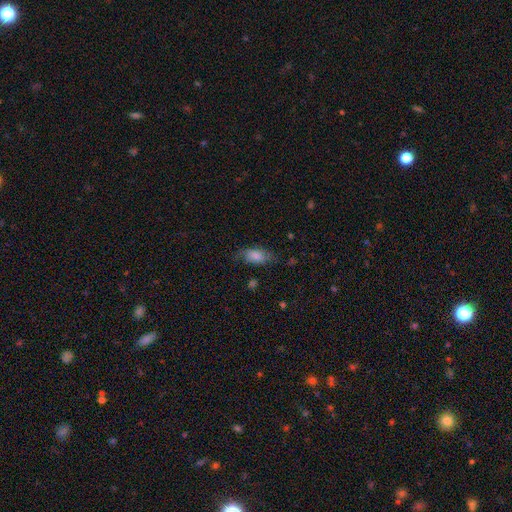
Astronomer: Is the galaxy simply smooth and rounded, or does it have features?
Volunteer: smooth — 82%.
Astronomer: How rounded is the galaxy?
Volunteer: in between — 84%.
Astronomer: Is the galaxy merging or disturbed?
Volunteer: none — 67%.